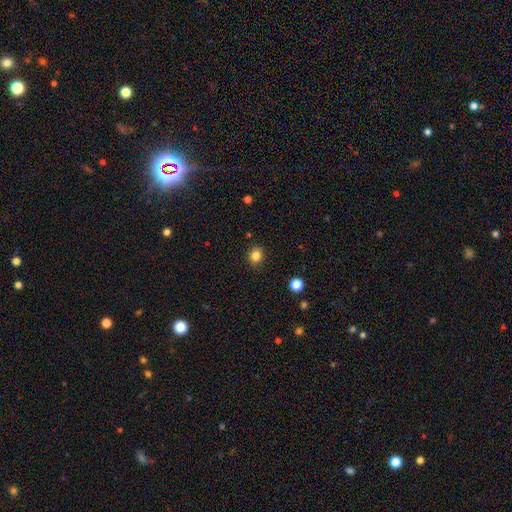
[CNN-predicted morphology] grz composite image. It shows a smooth galaxy with no disk features (84%) that is round (75%). Merging: none (88%).